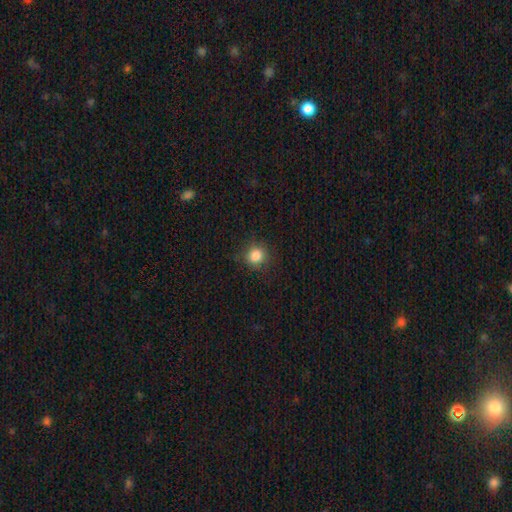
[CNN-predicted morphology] smooth_or_featured: smooth (p=0.84) [alt: star or artifact p=0.11]
how_rounded: round (p=0.85) [alt: in between p=0.14]
merging: none (p=0.84) [alt: minor disturbance p=0.12]